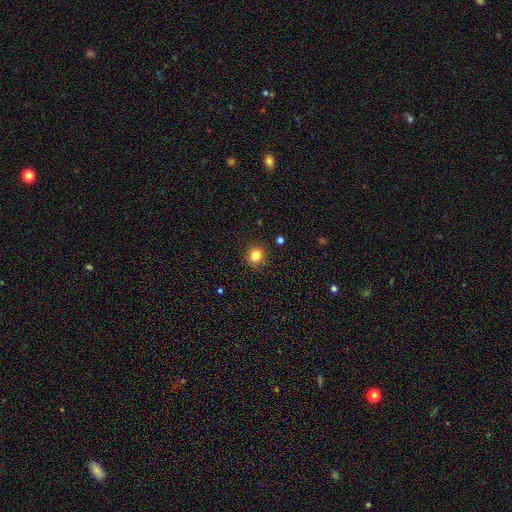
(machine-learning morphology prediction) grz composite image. It shows a smooth galaxy with no disk features (82%) that is round (82%). Merging: none (90%).